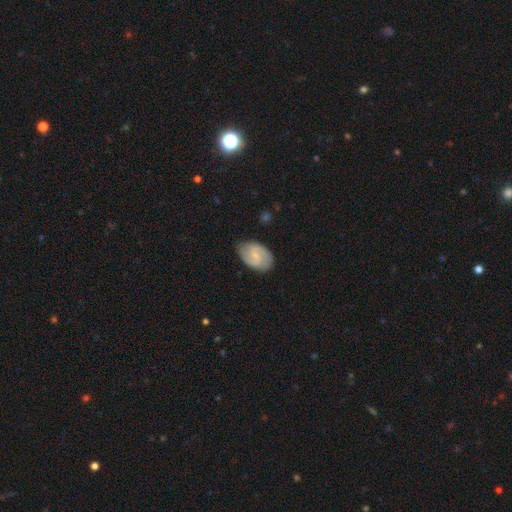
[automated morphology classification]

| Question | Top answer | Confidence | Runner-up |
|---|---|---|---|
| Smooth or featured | featured or disk | 72% | smooth (23%) |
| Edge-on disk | no | 97% | yes (3%) |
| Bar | weak | 59% | no (26%) |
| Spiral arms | yes | 93% | no (7%) |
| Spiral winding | medium | 50% | tight (30%) |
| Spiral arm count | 2 | 88% | can't tell (6%) |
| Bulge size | small | 61% | moderate (20%) |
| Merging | none | 82% | minor disturbance (14%) |